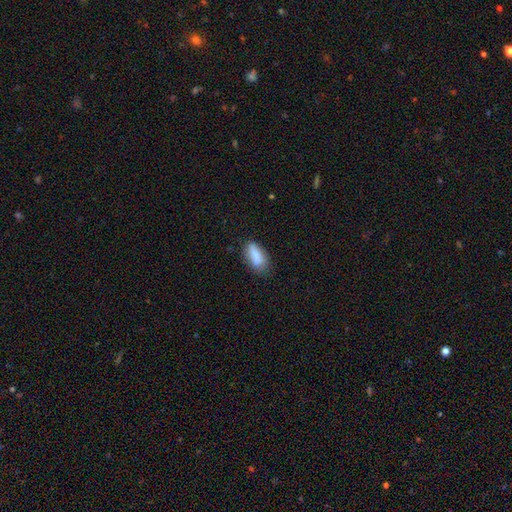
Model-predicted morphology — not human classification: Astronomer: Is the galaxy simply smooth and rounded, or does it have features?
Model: smooth — 84%.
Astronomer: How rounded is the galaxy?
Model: in between — 82%.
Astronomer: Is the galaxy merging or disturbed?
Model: none — 66%.